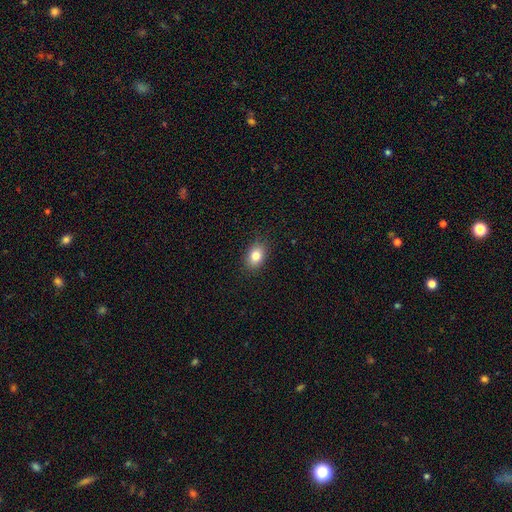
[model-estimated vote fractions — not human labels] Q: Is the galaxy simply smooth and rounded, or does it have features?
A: smooth — 82%.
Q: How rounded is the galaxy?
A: in between — 77%.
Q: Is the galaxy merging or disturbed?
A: none — 88%.